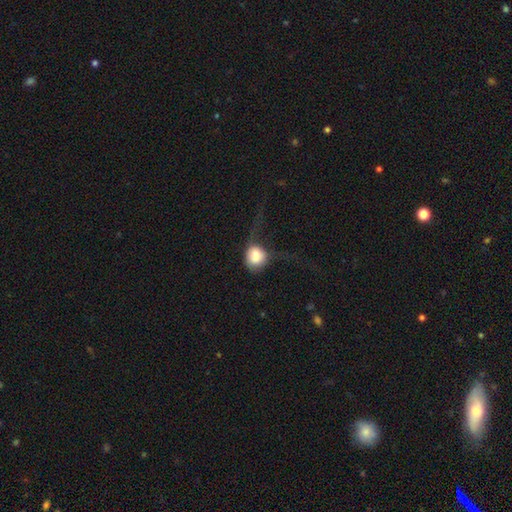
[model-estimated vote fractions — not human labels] smooth-or-featured: smooth: 78% | featured or disk: 14% | star or artifact: 8%
  how-rounded: round: 69% | in between: 29% | cigar-shaped: 1%
  merging: major disturbance: 52% | none: 23% | minor disturbance: 20% | merger: 5%